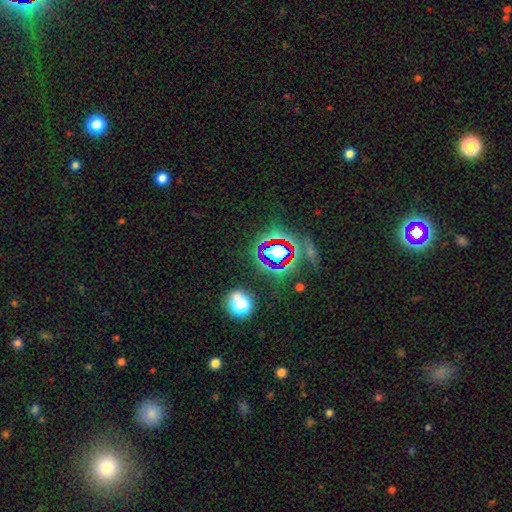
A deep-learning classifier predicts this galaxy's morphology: A star or artifact, not a galaxy (75%).